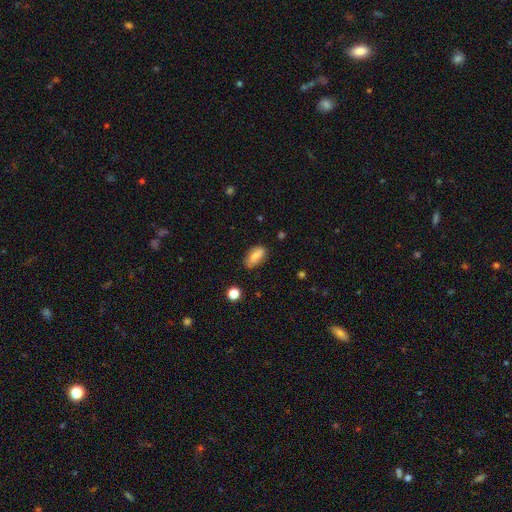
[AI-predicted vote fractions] Smooth or featured? smooth (81%)
How rounded? in between (88%)
Merging? none (75%)